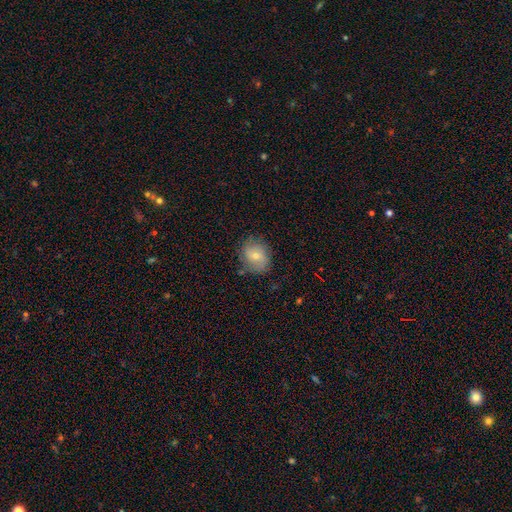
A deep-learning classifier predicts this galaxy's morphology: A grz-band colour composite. It shows a smooth galaxy with no disk features (65%) that is round (61%). Merging: none (73%).